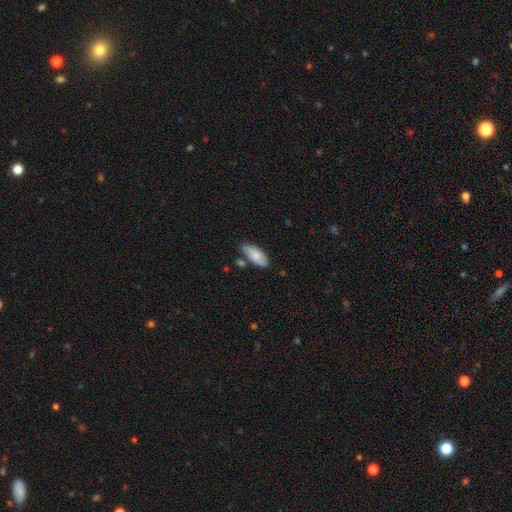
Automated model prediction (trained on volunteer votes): Smooth or featured? smooth (78%)
How rounded? in between (87%)
Merging? none (70%)